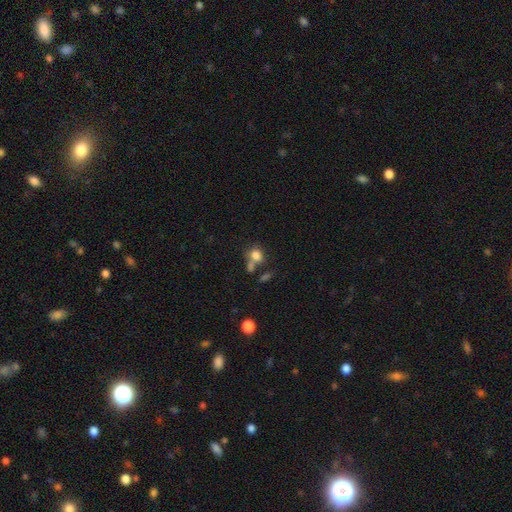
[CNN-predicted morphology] This is likely a smooth galaxy (79%). How rounded: possibly round (49%, tied with in between). Merging: marginally none (45%).